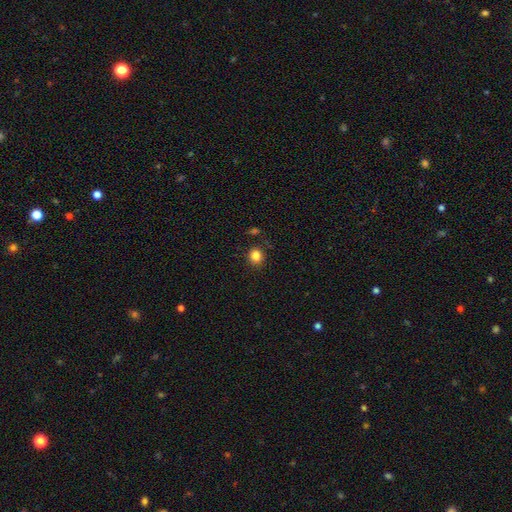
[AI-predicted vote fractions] This appears to be a smooth galaxy with no disk features (84%) that is round (83%). Merging: none (86%).